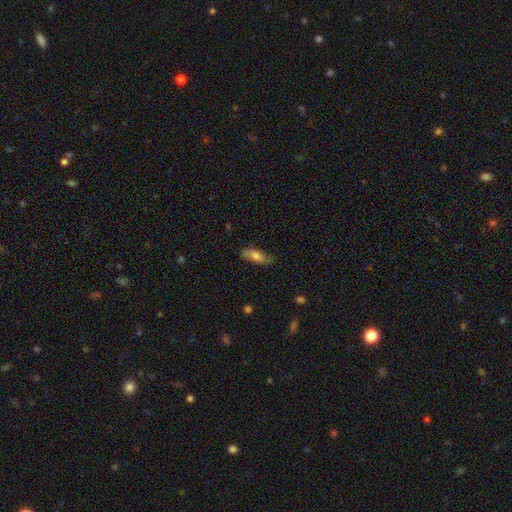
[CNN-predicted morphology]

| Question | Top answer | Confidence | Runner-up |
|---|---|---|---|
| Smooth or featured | smooth | 69% | featured or disk (24%) |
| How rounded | in between | 65% | cigar-shaped (33%) |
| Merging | none | 77% | minor disturbance (18%) |